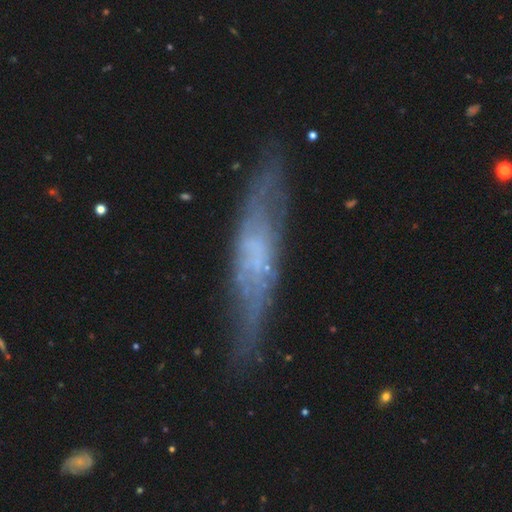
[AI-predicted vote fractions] Smooth or featured? featured or disk (64%)
Edge-on disk? yes (62%)
Merging? none (70%)